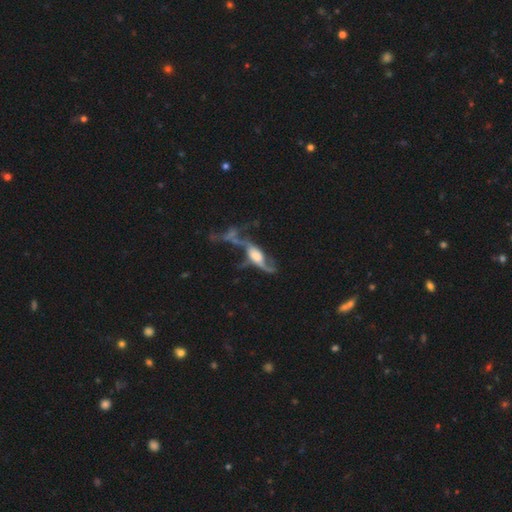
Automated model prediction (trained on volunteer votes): Morphology: type=featured or disk (72%); edge-on=no (65%); merging=major disturbance (37%).